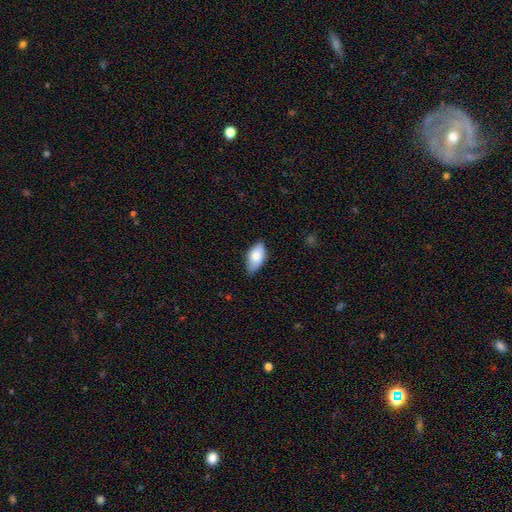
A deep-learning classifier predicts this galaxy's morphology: A smooth galaxy with no disk features (79%) that is in between round and cigar-shaped (94%). Merging: none (75%).